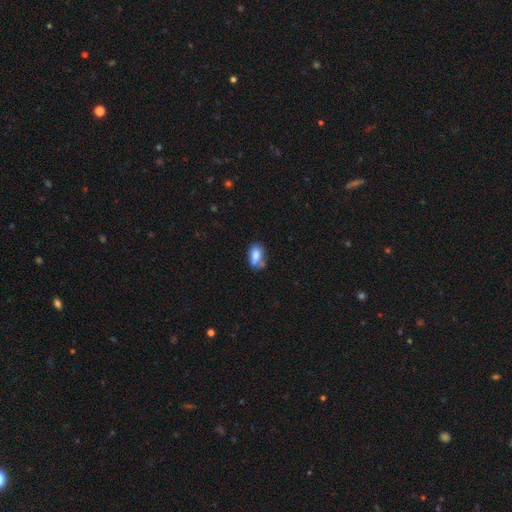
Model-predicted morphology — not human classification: Q: Smooth or featured?
A: smooth (77%); runner-up: featured or disk (15%)
Q: How rounded?
A: in between (88%); runner-up: round (9%)
Q: Merging?
A: none (49%); runner-up: minor disturbance (26%)